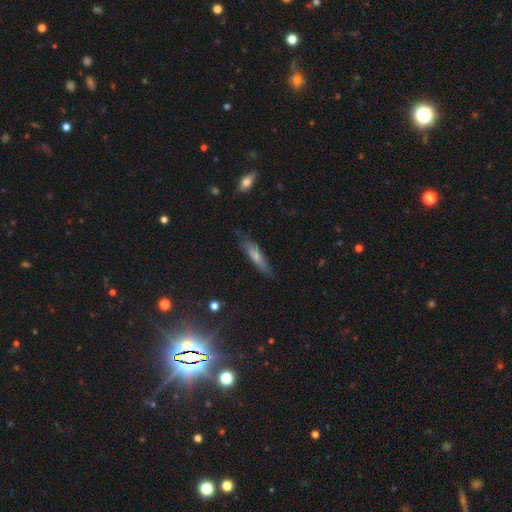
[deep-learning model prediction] smooth-or-featured: smooth: 67% | featured or disk: 26% | star or artifact: 7%
  how-rounded: cigar-shaped: 79% | in between: 19% | round: 2%
  merging: none: 74% | minor disturbance: 21% | major disturbance: 4% | merger: 2%